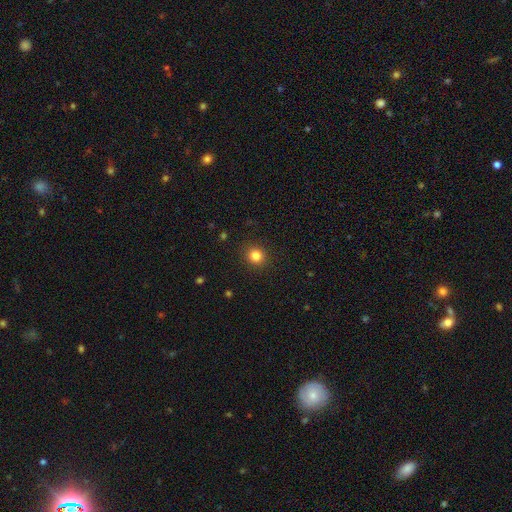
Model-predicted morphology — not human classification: This is clearly a smooth galaxy (83%). How rounded: clearly round (86%). Merging: clearly none (91%).